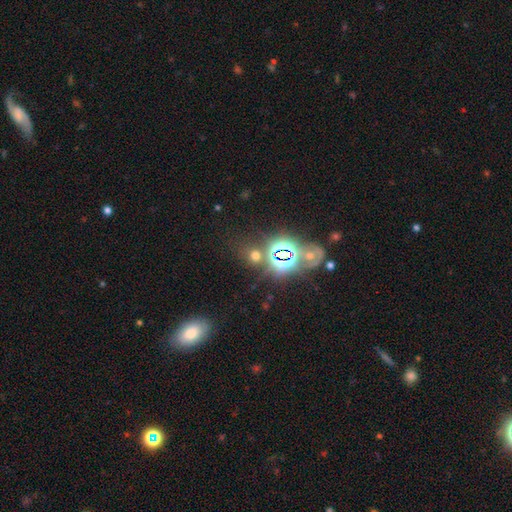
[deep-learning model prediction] A smooth galaxy with no disk features (46%). Merging: none (72%).